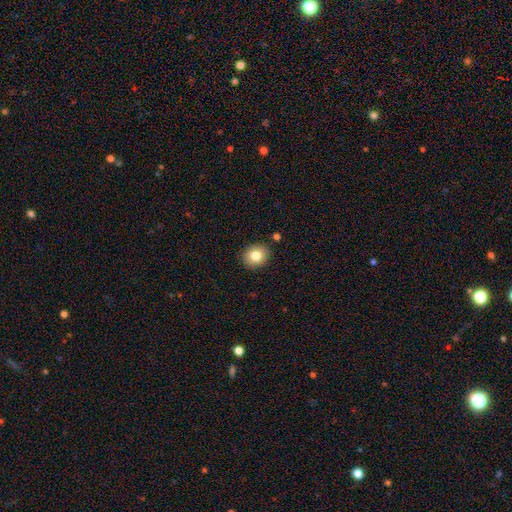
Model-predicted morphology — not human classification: This appears to be a smooth galaxy with no disk features (81%) that is round (70%). Merging: none (89%).